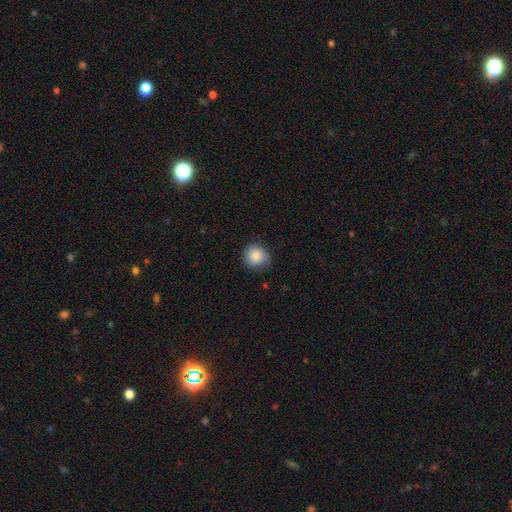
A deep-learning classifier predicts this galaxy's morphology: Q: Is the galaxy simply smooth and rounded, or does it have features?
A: smooth — 85%.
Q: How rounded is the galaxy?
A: round — 89%.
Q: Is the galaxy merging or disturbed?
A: none — 75%.